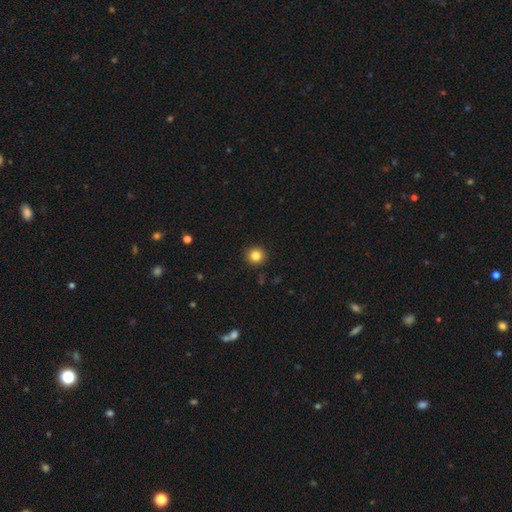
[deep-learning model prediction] This is clearly a smooth galaxy (84%). How rounded: clearly round (95%). Merging: clearly none (92%).